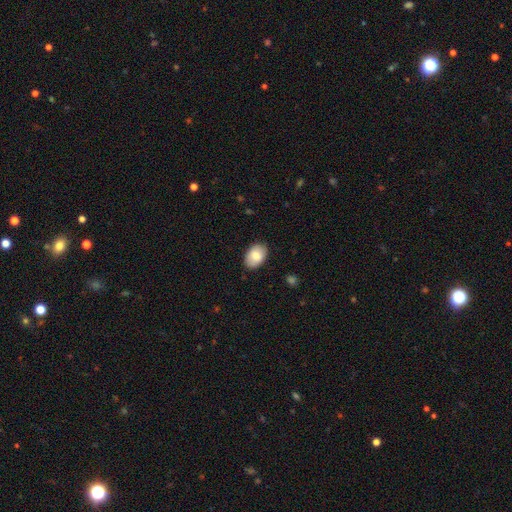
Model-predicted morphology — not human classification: Q: Smooth or featured?
A: smooth (83%); runner-up: featured or disk (10%)
Q: How rounded?
A: in between (88%); runner-up: round (11%)
Q: Merging?
A: none (87%); runner-up: minor disturbance (10%)